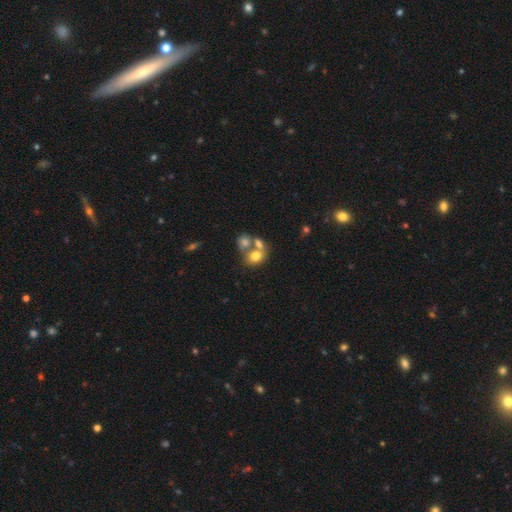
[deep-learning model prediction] This appears to be a smooth galaxy with no disk features (69%) that is round (51%). Merging: merger (55%).